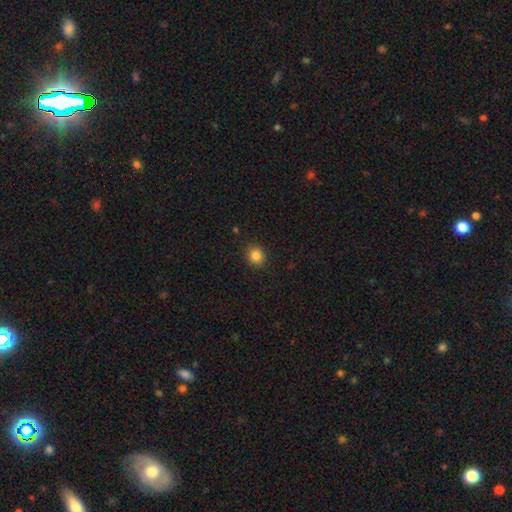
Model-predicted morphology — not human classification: A smooth galaxy with no disk features (84%) that is round (80%). Merging: none (90%).